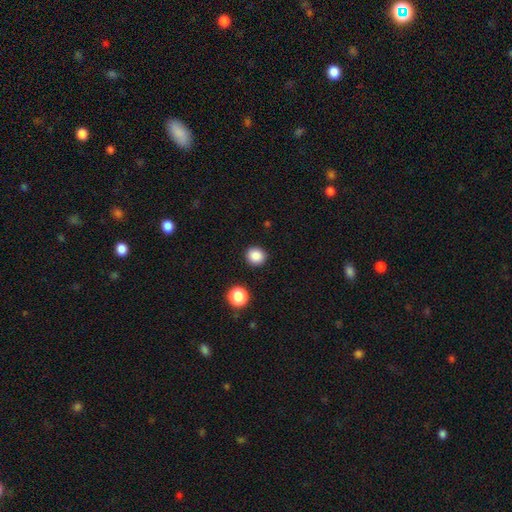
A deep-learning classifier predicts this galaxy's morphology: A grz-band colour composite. It shows a smooth galaxy with no disk features (87%) that is round (87%). Merging: none (91%).